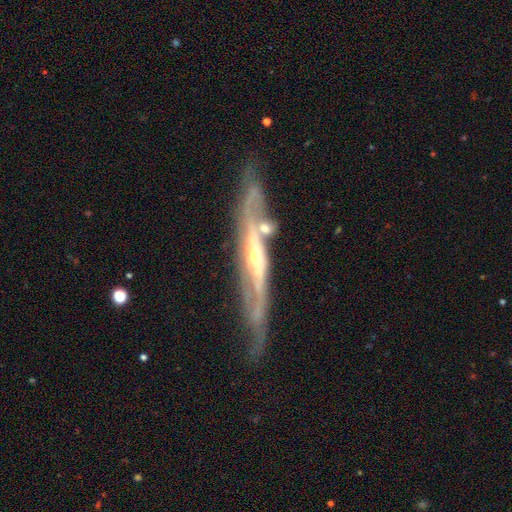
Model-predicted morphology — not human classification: A featured or disk galaxy (86%) viewed edge-on (56%). Merging: none (65%).